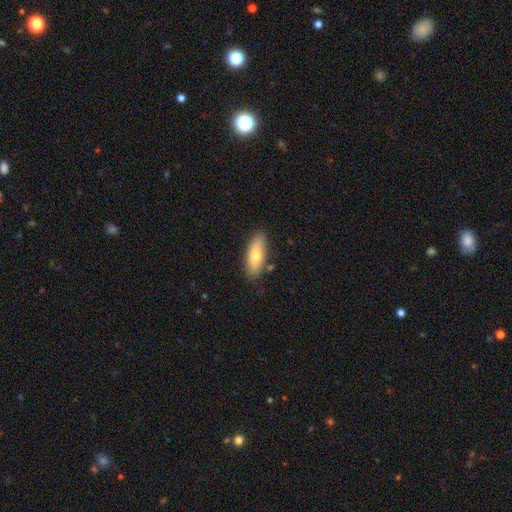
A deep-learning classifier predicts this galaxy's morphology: The model was most divided on "how rounded": in between: 67%, cigar-shaped: 31%, round: 2%. More confident: merging — none (83%); smooth or featured — smooth (72%).